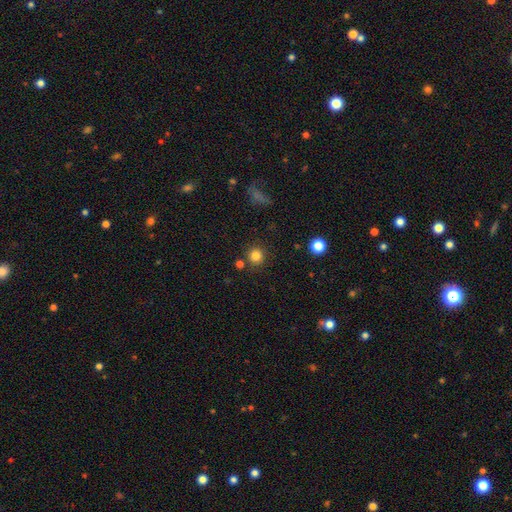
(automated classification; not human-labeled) Smooth or featured? Predicted: smooth (p=0.83). How rounded? Predicted: round (p=0.93). Merging? Predicted: none (p=0.84).